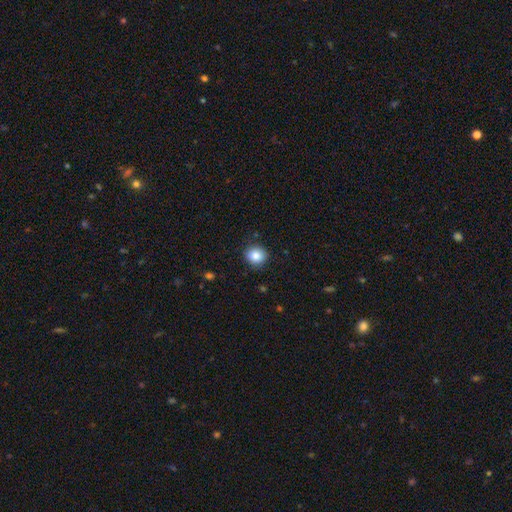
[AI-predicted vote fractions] A smooth galaxy with no disk features (86%) that is round (83%).

Vote fractions:
- Smooth or featured? smooth: 86% / star or artifact: 9% / featured or disk: 5%
- How rounded? round: 83% / in between: 16% / cigar-shaped: 1%
- Merging? none: 88% / minor disturbance: 9% / major disturbance: 2% / merger: 1%